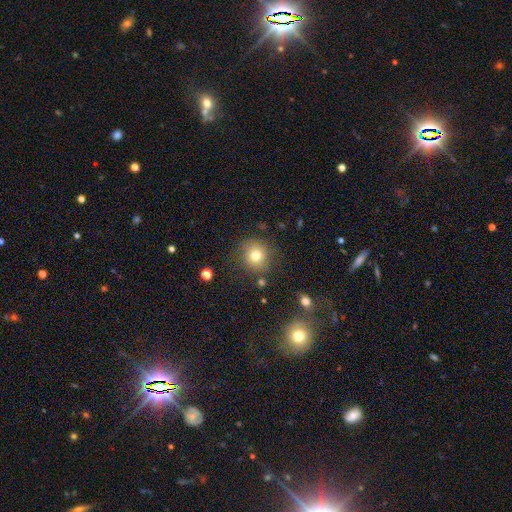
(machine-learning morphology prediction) smooth 77%, star or artifact 13%, featured or disk 10%. Down the decision tree: how rounded — round (88%); merging — none (81%).